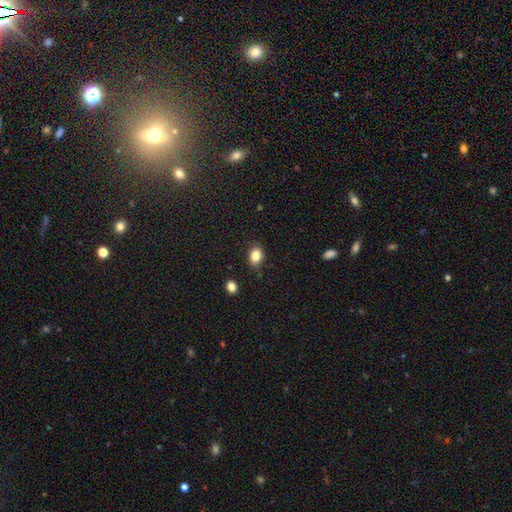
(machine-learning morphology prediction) type=smooth (83%); roundness=in between (67%); merging=none (83%).